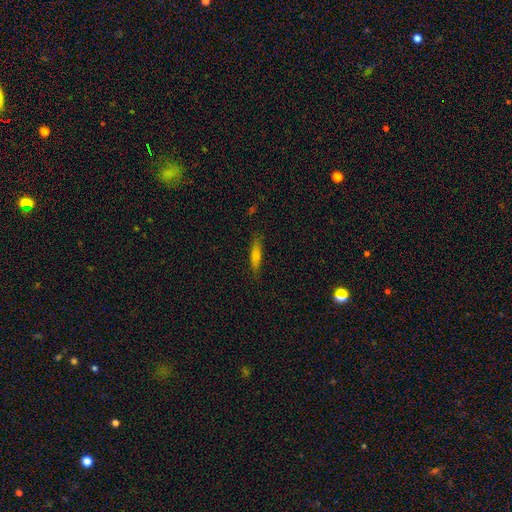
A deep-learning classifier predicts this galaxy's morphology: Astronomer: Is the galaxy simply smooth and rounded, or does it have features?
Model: smooth — 58% (runner-up: featured or disk, 34%).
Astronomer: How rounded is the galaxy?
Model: cigar-shaped — 81%.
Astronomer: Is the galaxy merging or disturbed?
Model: none — 84%.